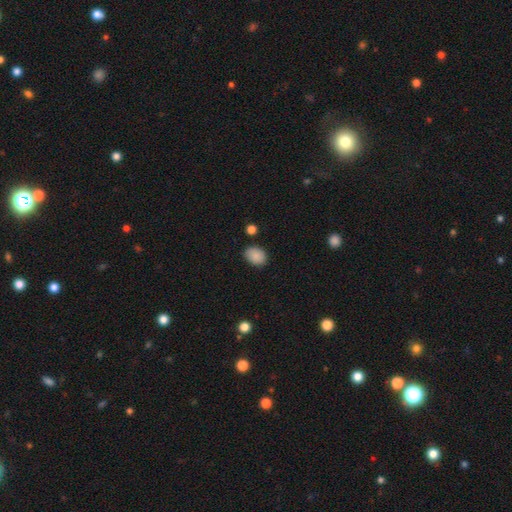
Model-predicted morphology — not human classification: Smooth or featured: smooth — 88% (star or artifact — 8%)
How rounded: in between — 69% (round — 30%)
Merging: none — 83% (minor disturbance — 12%)